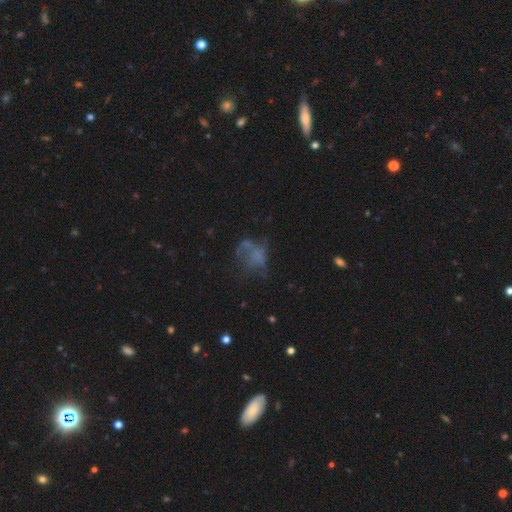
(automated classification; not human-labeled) This appears to be a featured or disk galaxy (40%). Merging: major disturbance (38%).